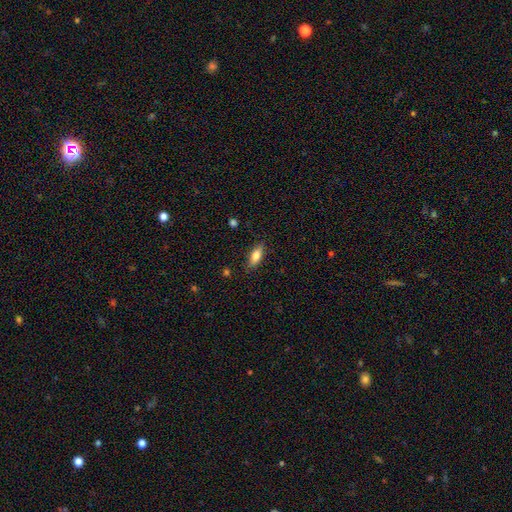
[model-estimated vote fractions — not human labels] Smooth or featured? Predicted: smooth (p=0.76). How rounded? Predicted: in between (p=0.72). Merging? Predicted: none (p=0.85).